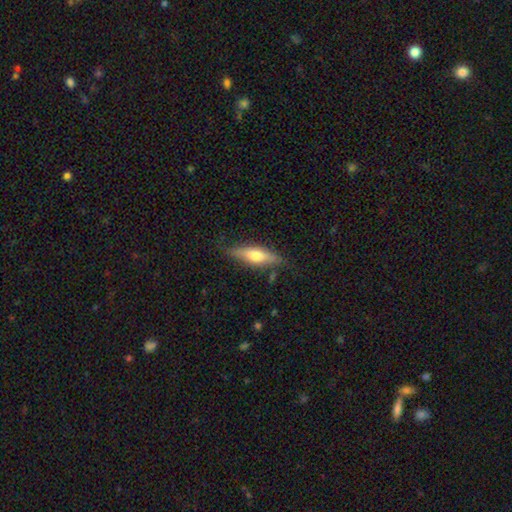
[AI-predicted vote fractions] Smooth or featured?
  - smooth: 54% *
  - featured or disk: 40%
  - star or artifact: 6%
How rounded?
  - cigar-shaped: 60% *
  - in between: 38%
  - round: 2%
Merging?
  - none: 76% *
  - minor disturbance: 18%
  - major disturbance: 4%
  - merger: 2%